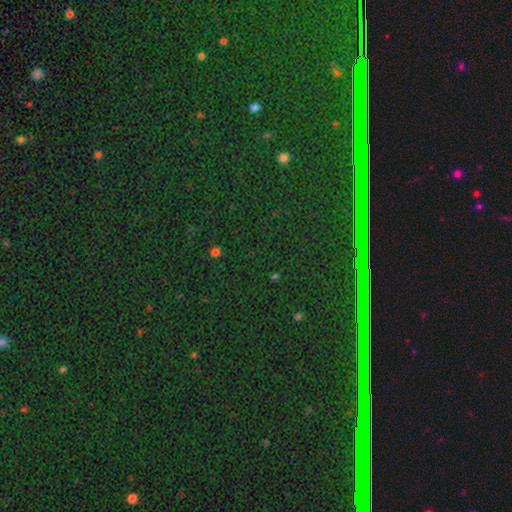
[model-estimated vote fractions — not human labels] Smooth or featured?
  - star or artifact: 85% *
  - smooth: 8%
  - featured or disk: 7%